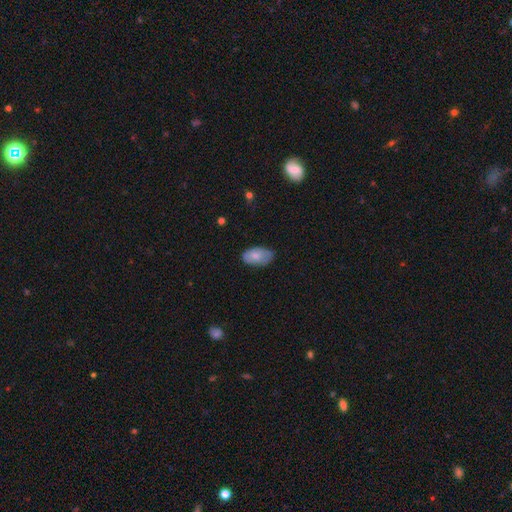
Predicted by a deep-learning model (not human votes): This appears to be a smooth galaxy with no disk features (72%) that is in between round and cigar-shaped (93%). Merging: none (71%).